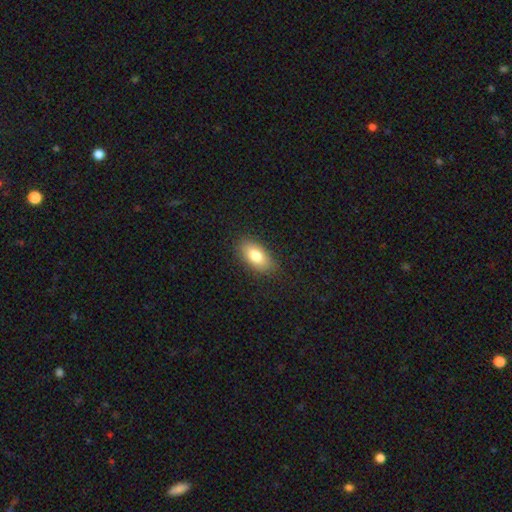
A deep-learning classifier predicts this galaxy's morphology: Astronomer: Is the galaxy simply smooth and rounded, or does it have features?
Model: smooth — 81%.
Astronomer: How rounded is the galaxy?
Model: in between — 91%.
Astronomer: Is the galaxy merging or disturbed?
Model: none — 85%.